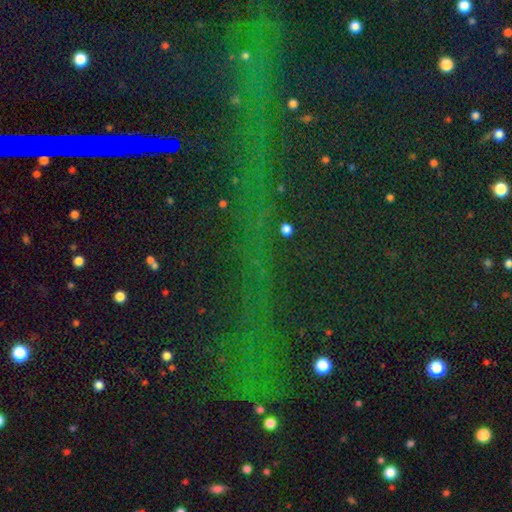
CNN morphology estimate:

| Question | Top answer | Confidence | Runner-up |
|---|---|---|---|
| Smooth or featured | star or artifact | 76% | smooth (13%) |